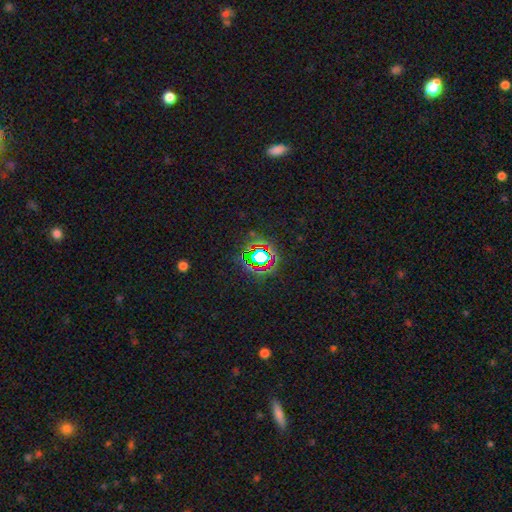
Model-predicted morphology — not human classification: Smooth or featured? Predicted: star or artifact (p=0.70).